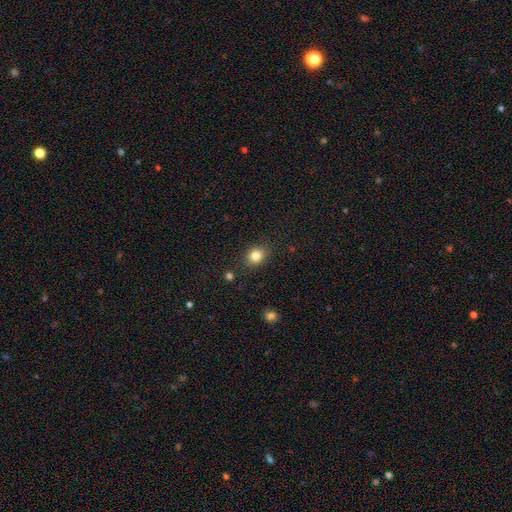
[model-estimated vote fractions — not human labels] smooth-or-featured: smooth: 83% | star or artifact: 11% | featured or disk: 6%
  how-rounded: round: 59% | in between: 40% | cigar-shaped: 1%
  merging: none: 86% | minor disturbance: 10% | major disturbance: 3% | merger: 2%